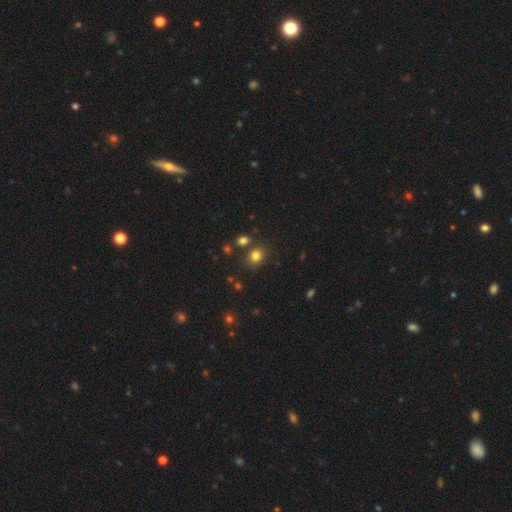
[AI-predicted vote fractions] Q: Smooth or featured?
A: smooth (79%); runner-up: star or artifact (14%)
Q: How rounded?
A: round (59%); runner-up: in between (40%)
Q: Merging?
A: none (76%); runner-up: minor disturbance (11%)